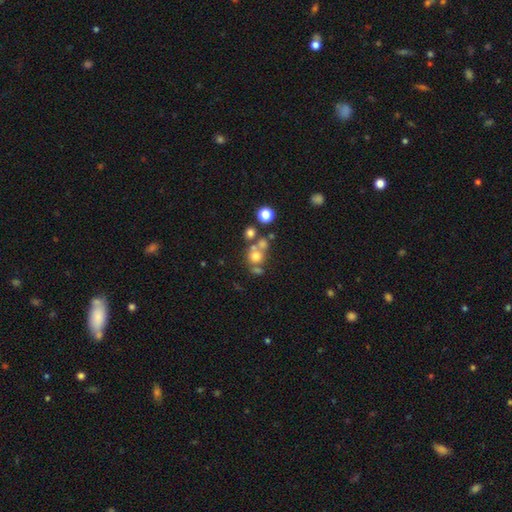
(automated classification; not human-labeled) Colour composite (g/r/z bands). It shows a smooth galaxy with no disk features (63%) that is round (84%). Merging: none (47%).